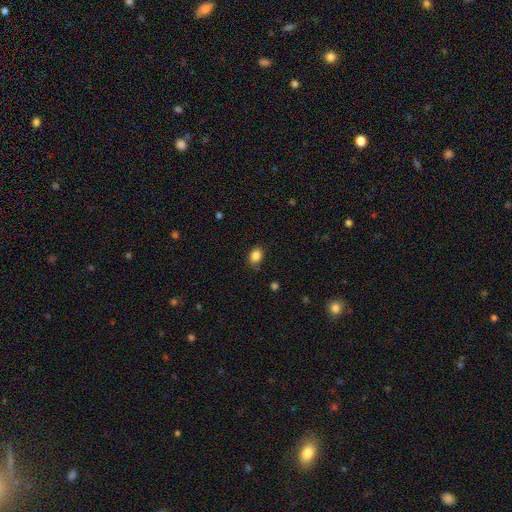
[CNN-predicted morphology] Smooth or featured?
  - smooth: 86% *
  - star or artifact: 10%
  - featured or disk: 4%
How rounded?
  - in between: 62% *
  - round: 37%
  - cigar-shaped: 1%
Merging?
  - none: 76% *
  - minor disturbance: 19%
  - major disturbance: 4%
  - merger: 1%